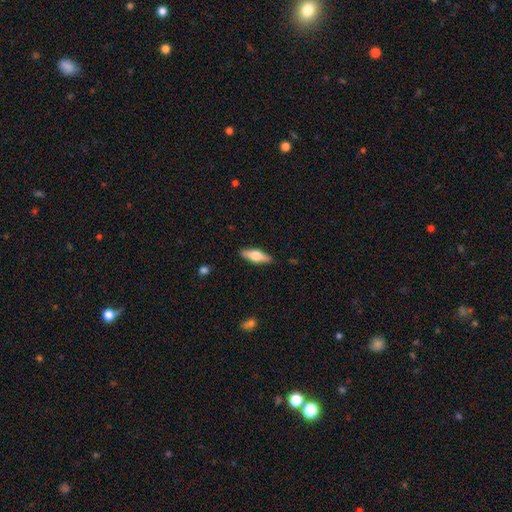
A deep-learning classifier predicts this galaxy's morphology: A smooth galaxy with no disk features (49%).

Vote fractions:
- Smooth or featured? smooth: 49% / featured or disk: 46% / star or artifact: 6%
- Merging? none: 88% / minor disturbance: 9% / major disturbance: 2% / merger: 1%